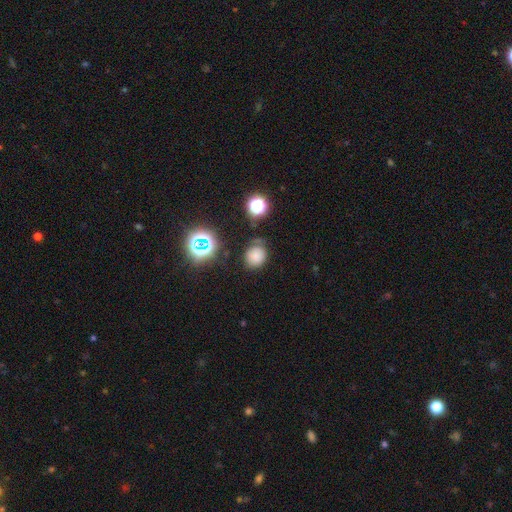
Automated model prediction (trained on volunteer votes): Smooth or featured? Predicted: smooth (p=0.72). How rounded? Predicted: round (p=0.72). Merging? Predicted: none (p=0.68).